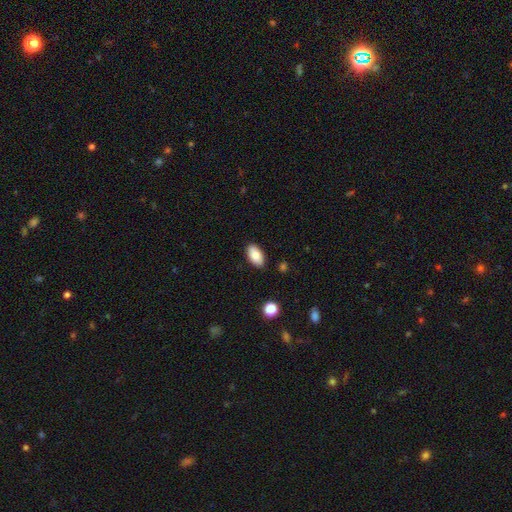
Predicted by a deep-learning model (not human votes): Smooth or featured? Predicted: smooth (p=0.85). How rounded? Predicted: in between (p=0.94). Merging? Predicted: none (p=0.87).